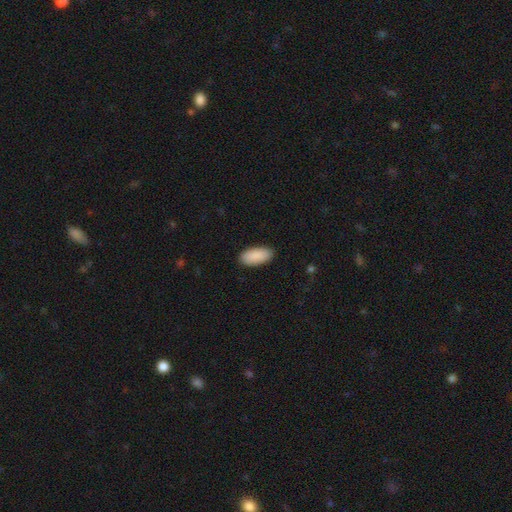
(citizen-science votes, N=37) Consensus on every question: smooth or featured — smooth (100%); merging — none (100%); how rounded — in between (97%).